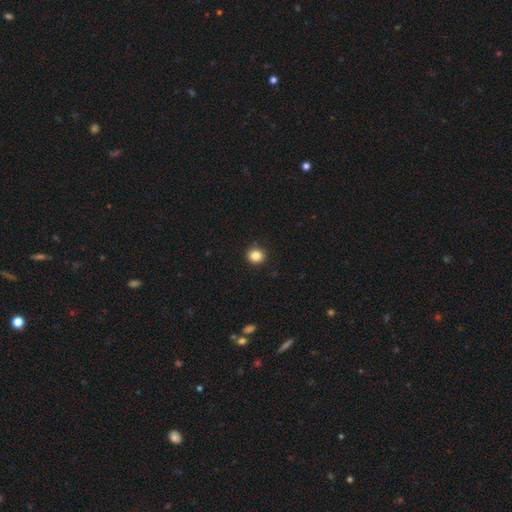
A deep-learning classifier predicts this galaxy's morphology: This is clearly a smooth galaxy (85%). How rounded: clearly round (87%). Merging: clearly none (91%).